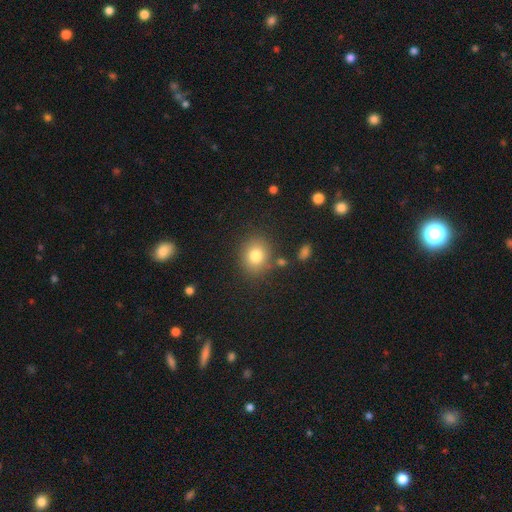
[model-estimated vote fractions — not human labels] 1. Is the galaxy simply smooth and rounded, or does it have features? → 79% smooth, 11% star or artifact, 9% featured or disk.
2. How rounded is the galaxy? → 70% round, 29% in between, 1% cigar-shaped.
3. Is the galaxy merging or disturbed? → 82% none, 10% minor disturbance, 5% merger, 4% major disturbance.